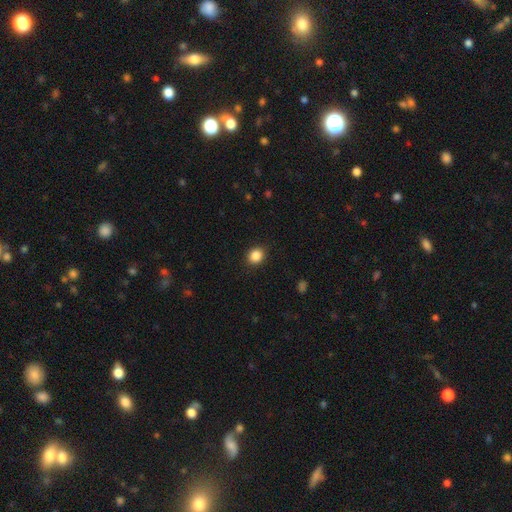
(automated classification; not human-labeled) The model was most divided on "how rounded": round: 76%, in between: 24%, cigar-shaped: 1%. More confident: merging — none (89%); smooth or featured — smooth (87%).